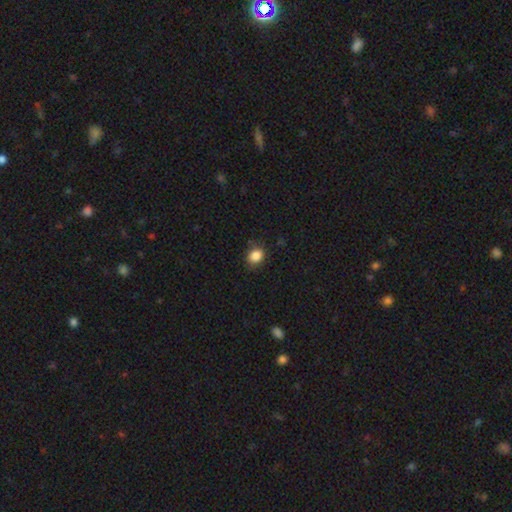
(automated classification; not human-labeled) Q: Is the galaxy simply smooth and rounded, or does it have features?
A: smooth — 86%.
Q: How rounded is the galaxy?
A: round — 61%.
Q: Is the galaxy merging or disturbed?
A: none — 79%.